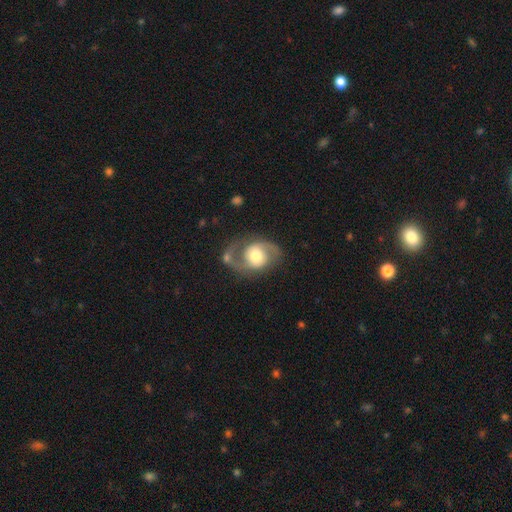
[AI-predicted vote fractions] featured or disk 73%, smooth 21%, star or artifact 6%. Down the decision tree: edge-on disk — no (97%); bar — no (65%); spiral arms — yes (86%); spiral arm count — 2 (86%); spiral winding — medium (48%); bulge size — moderate (55%); merging — none (55%).